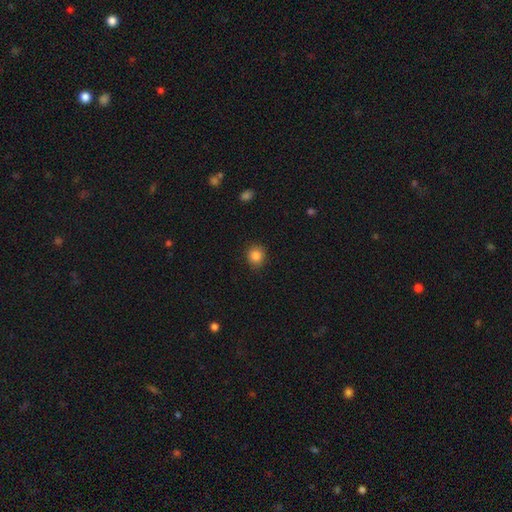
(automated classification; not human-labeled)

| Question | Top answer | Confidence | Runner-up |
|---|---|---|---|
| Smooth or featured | smooth | 85% | star or artifact (10%) |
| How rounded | round | 81% | in between (18%) |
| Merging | none | 87% | minor disturbance (10%) |